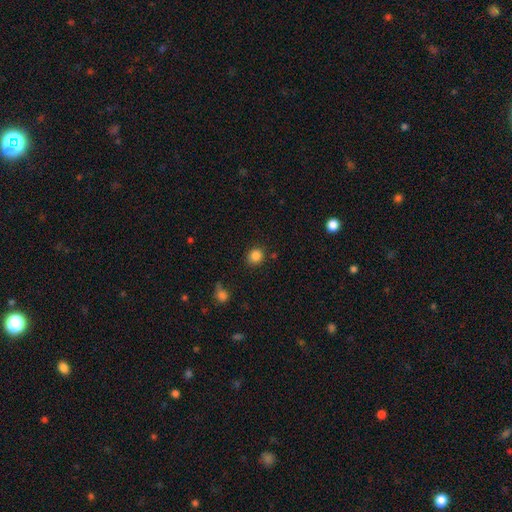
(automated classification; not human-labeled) This is clearly a smooth galaxy (86%). How rounded: likely round (78%). Merging: clearly none (85%).